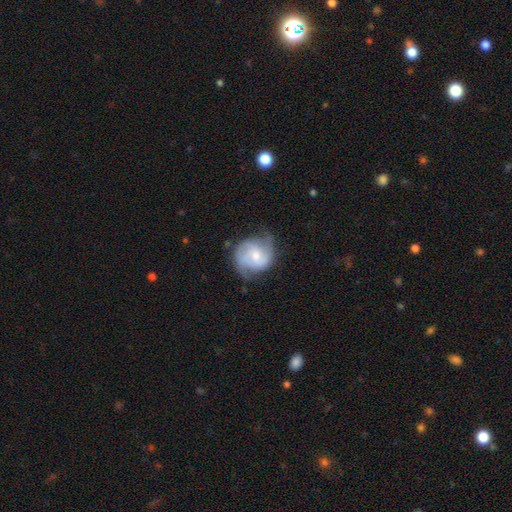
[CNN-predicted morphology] A featured or disk galaxy (68%) with no bar (47%), 2 (74%) medium (47%) spiral arms (90%) and a small central bulge (49%). Merging: none (59%).